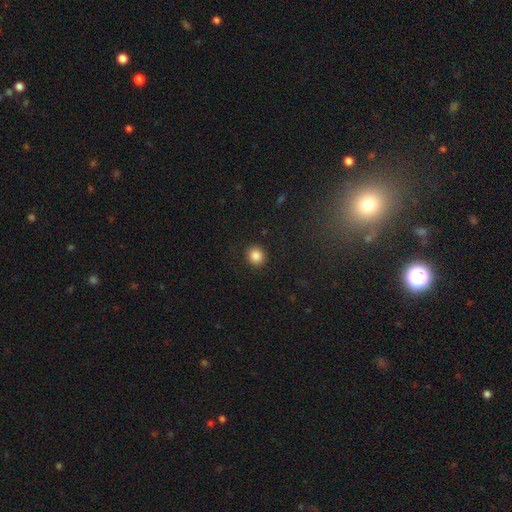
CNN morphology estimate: This appears to be a smooth galaxy with no disk features (87%) that is round (82%). Merging: none (90%).